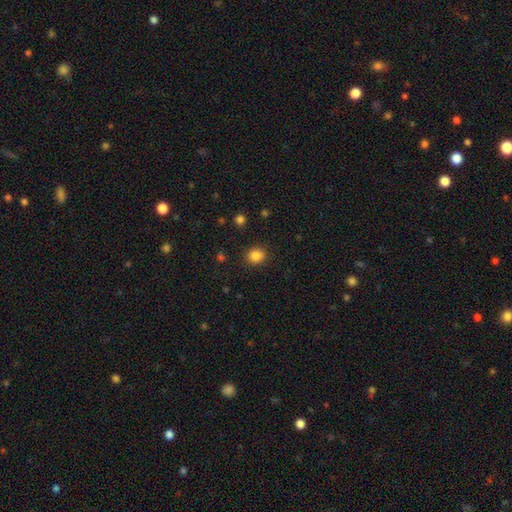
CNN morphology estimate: Smooth or featured: smooth — 85% (star or artifact — 11%)
How rounded: round — 74% (in between — 25%)
Merging: none — 88% (minor disturbance — 8%)